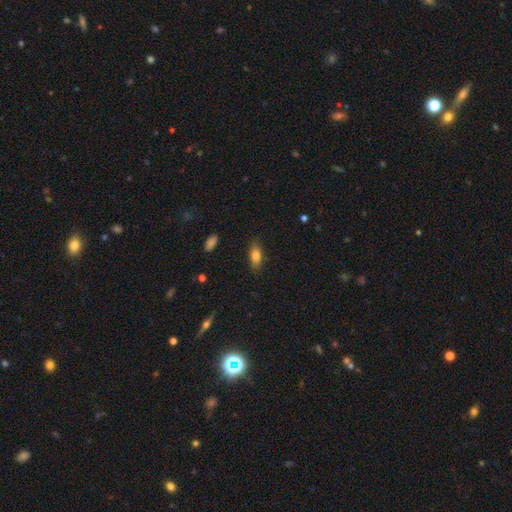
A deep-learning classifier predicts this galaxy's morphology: Smooth or featured? smooth (80%)
How rounded? in between (81%)
Merging? none (83%)